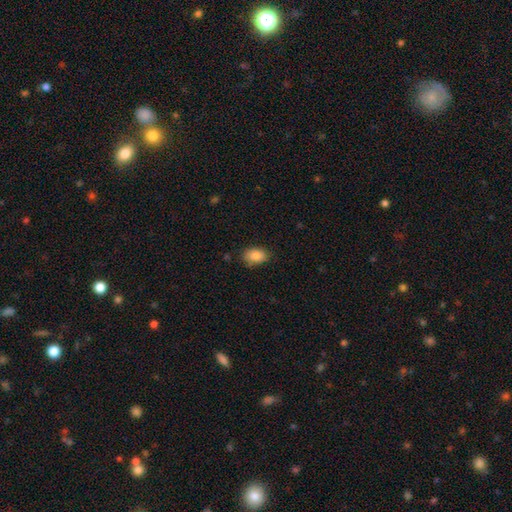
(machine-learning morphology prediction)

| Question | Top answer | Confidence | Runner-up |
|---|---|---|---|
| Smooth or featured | smooth | 87% | star or artifact (8%) |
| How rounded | in between | 87% | round (11%) |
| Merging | none | 80% | minor disturbance (15%) |